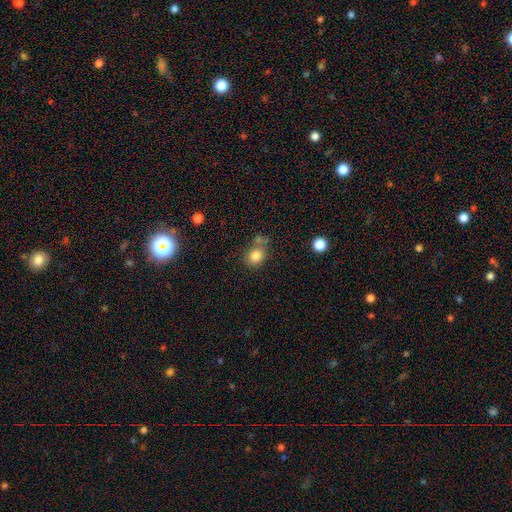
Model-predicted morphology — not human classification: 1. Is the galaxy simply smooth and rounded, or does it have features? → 82% smooth, 11% star or artifact, 7% featured or disk.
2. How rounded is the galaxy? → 69% round, 30% in between, 1% cigar-shaped.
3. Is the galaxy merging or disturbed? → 60% none, 18% merger, 16% minor disturbance, 5% major disturbance.